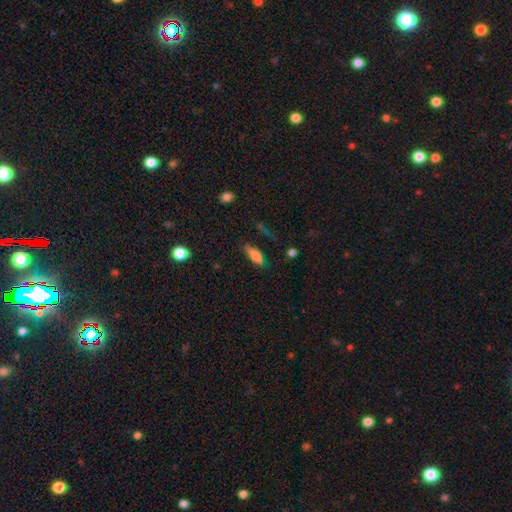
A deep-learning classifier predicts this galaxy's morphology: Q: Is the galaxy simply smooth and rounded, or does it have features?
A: smooth — 77%.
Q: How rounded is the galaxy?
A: in between — 71%.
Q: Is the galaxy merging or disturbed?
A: none — 64%.